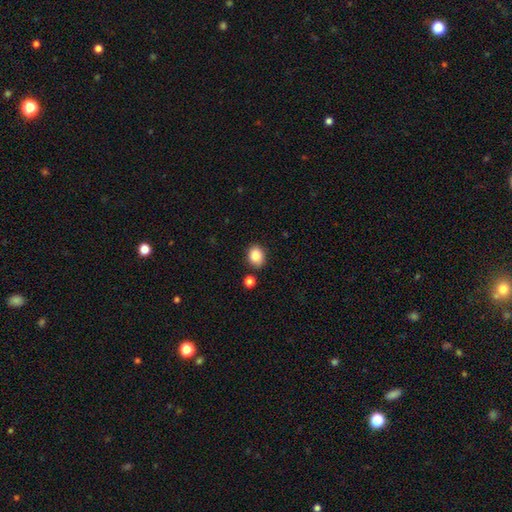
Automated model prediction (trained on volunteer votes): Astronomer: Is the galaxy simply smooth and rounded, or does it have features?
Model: smooth — 88%.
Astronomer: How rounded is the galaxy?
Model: in between — 55% (runner-up: round, 44%).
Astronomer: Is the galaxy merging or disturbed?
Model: none — 81%.